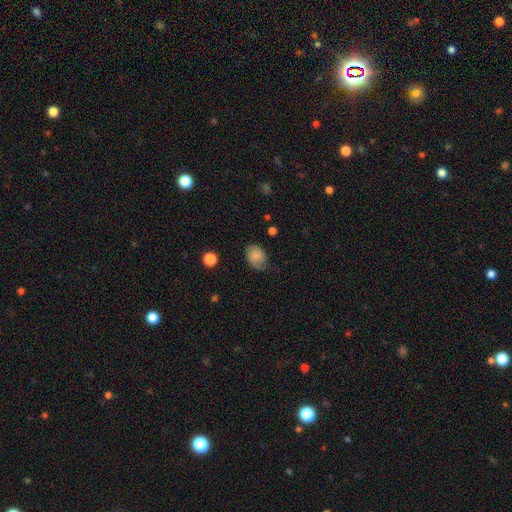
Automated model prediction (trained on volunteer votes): Smooth or featured: smooth — 73% (featured or disk — 19%)
How rounded: in between — 70% (round — 29%)
Merging: none — 55% (minor disturbance — 32%)